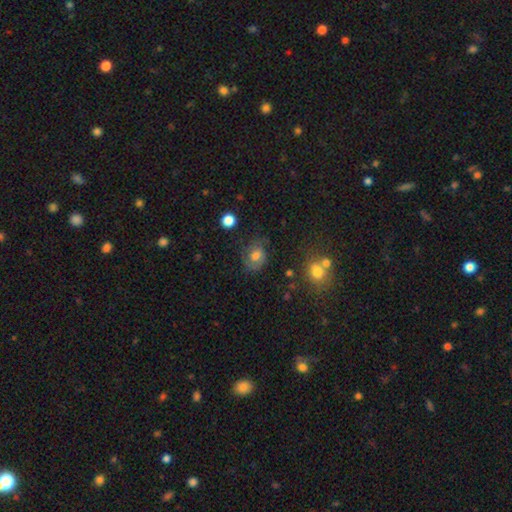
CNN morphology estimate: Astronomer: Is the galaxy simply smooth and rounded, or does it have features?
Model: smooth — 61%.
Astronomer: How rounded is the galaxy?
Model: in between — 50% (runner-up: round, 49%).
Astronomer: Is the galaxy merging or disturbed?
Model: none — 60%.